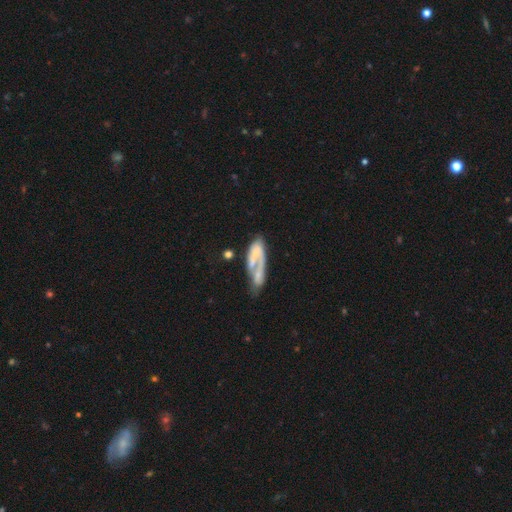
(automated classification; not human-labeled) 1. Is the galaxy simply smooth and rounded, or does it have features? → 58% featured or disk, 34% smooth, 7% star or artifact.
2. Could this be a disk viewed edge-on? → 91% no, 9% yes.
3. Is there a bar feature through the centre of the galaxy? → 68% no, 22% weak, 10% strong.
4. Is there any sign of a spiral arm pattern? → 61% yes, 39% no.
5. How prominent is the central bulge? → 42% none, 36% small, 16% moderate, 4% large, 2% dominant.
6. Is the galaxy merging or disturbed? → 28% major disturbance, 27% none, 27% merger, 18% minor disturbance.